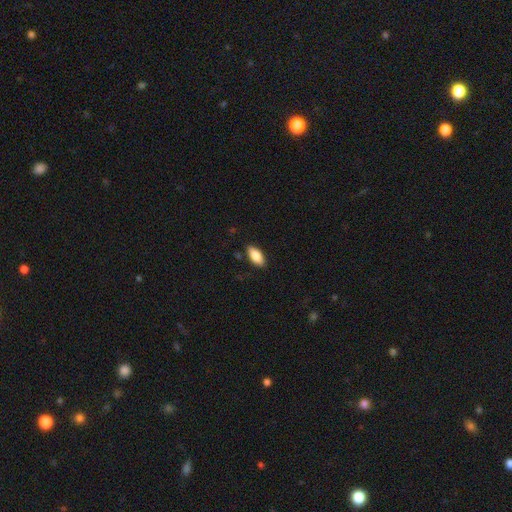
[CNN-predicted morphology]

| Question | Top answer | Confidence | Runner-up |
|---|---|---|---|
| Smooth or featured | smooth | 82% | featured or disk (12%) |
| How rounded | in between | 88% | cigar-shaped (10%) |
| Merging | none | 87% | minor disturbance (10%) |